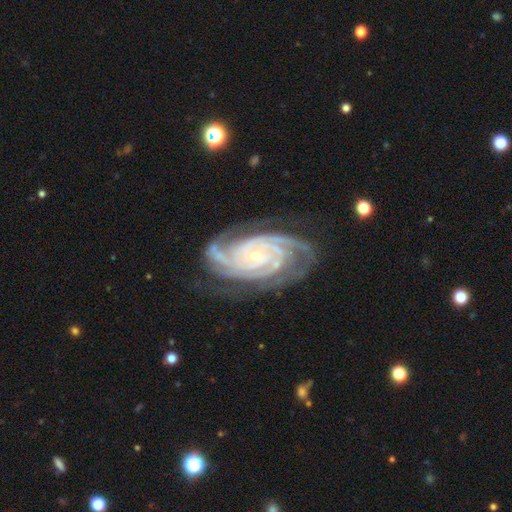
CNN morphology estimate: type=featured or disk (93%); edge-on=no (97%); bar=no (71%); spiral arms=yes (99%); winding=tight (78%); arm count=4 (31%); bulge=small (75%); merging=none (72%).